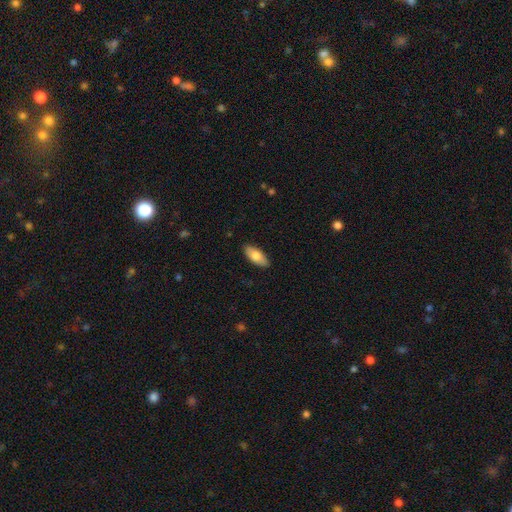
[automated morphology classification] smooth 79%, featured or disk 16%, star or artifact 6%. Down the decision tree: how rounded — in between (87%); merging — none (88%).